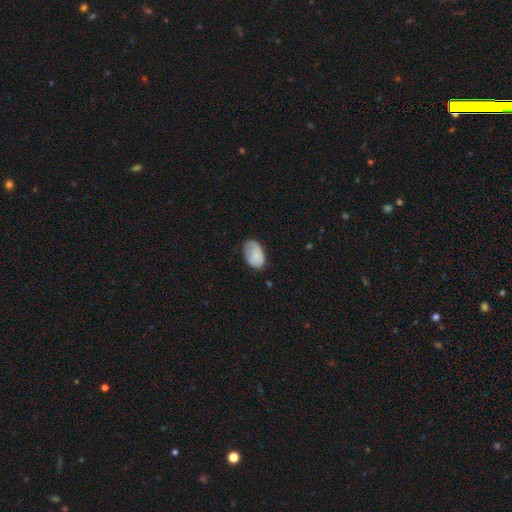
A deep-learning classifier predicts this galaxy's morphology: smooth 79%, featured or disk 14%, star or artifact 7%. Down the decision tree: how rounded — in between (89%); merging — none (51%).